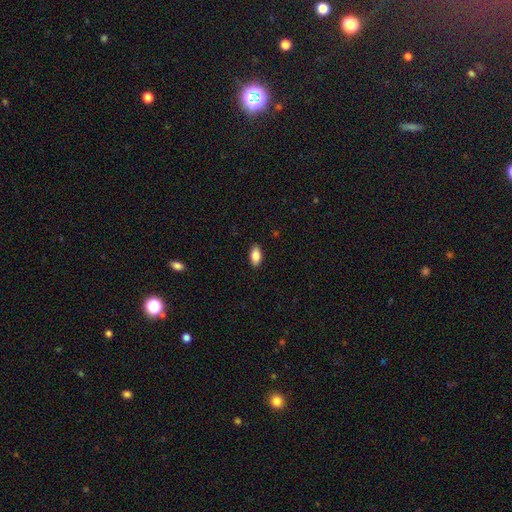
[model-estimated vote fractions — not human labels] Morphology: type=smooth (84%); roundness=in between (92%); merging=none (89%).